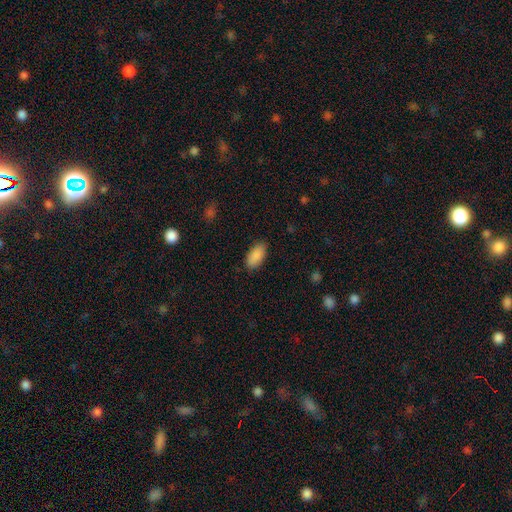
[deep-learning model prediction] Q: Smooth or featured?
A: smooth (89%); runner-up: star or artifact (7%)
Q: How rounded?
A: in between (92%); runner-up: cigar-shaped (6%)
Q: Merging?
A: none (86%); runner-up: minor disturbance (11%)